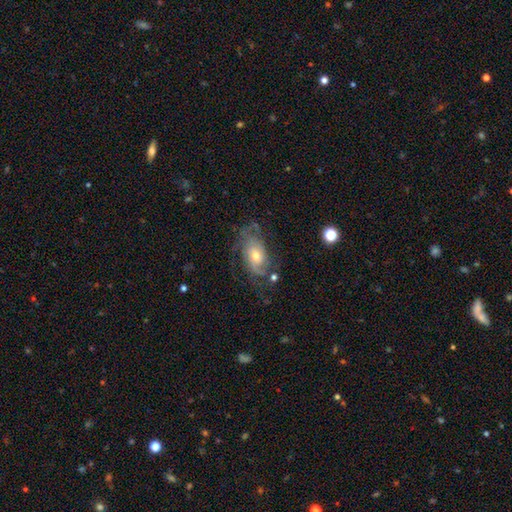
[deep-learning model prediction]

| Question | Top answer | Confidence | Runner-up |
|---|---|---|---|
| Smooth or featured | featured or disk | 73% | smooth (19%) |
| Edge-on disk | no | 95% | yes (5%) |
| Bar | no | 73% | weak (23%) |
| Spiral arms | yes | 87% | no (13%) |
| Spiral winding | tight | 43% | medium (38%) |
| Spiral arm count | can't tell | 37% | 2 (34%) |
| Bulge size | moderate | 57% | small (36%) |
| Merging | none | 60% | minor disturbance (22%) |